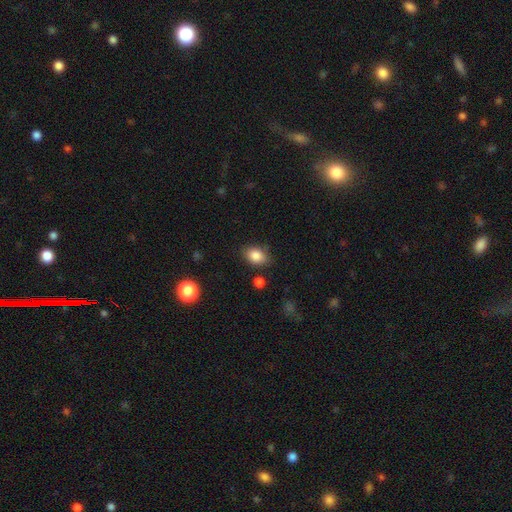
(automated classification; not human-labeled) Q: Smooth or featured?
A: smooth (85%); runner-up: star or artifact (9%)
Q: How rounded?
A: in between (72%); runner-up: round (27%)
Q: Merging?
A: none (80%); runner-up: minor disturbance (13%)